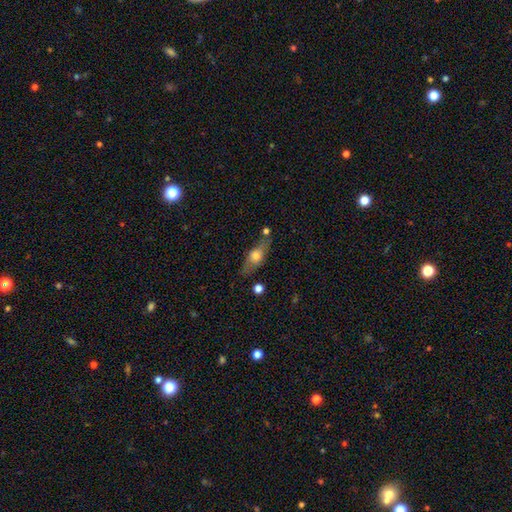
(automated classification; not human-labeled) Smooth or featured? smooth (55%)
How rounded? in between (62%)
Merging? none (67%)